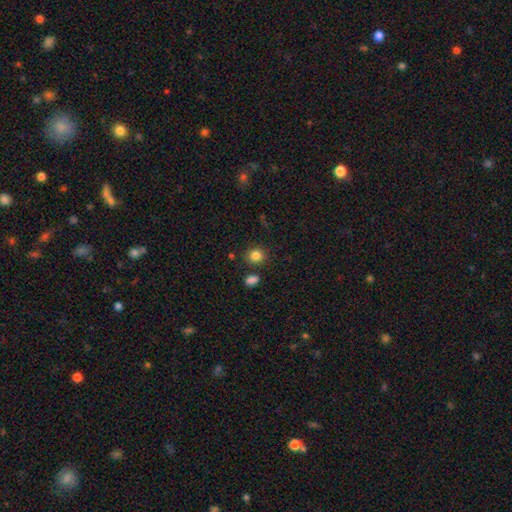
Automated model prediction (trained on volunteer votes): A smooth galaxy with no disk features (84%) that is round (82%). Merging: none (83%).